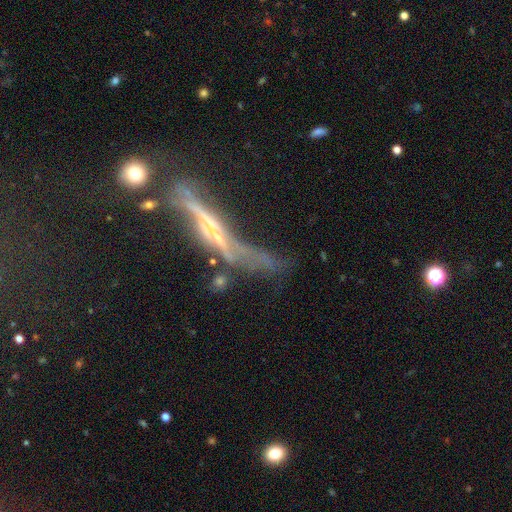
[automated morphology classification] Smooth or featured? featured or disk (73%)
Edge-on disk? yes (80%)
Edge-on bulge? rounded (56%)
Merging? none (37%)